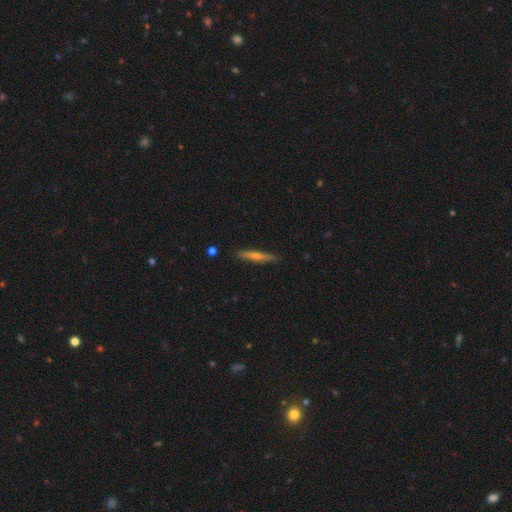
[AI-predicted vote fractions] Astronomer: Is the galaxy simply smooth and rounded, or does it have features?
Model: featured or disk — 57% (runner-up: smooth, 37%).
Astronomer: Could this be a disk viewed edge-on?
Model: yes — 97%.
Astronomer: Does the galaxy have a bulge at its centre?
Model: rounded — 72%.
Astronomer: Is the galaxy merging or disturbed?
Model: none — 89%.